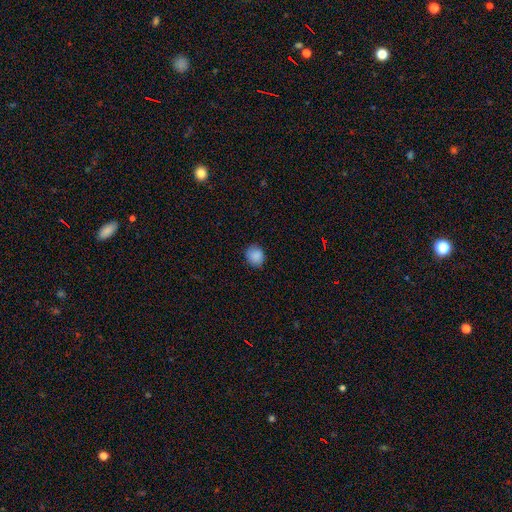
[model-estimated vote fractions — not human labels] Overall: smooth (88%). How rounded: round (79%). Merging: none (85%).